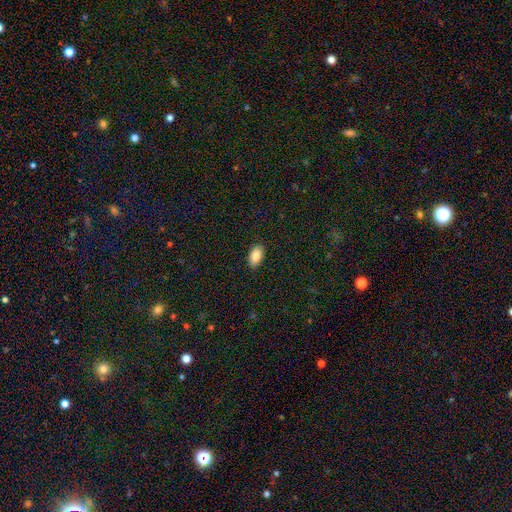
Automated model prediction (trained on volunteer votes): smooth_or_featured: smooth (p=0.87) [alt: star or artifact p=0.07]
how_rounded: in between (p=0.94) [alt: round p=0.04]
merging: none (p=0.87) [alt: minor disturbance p=0.10]